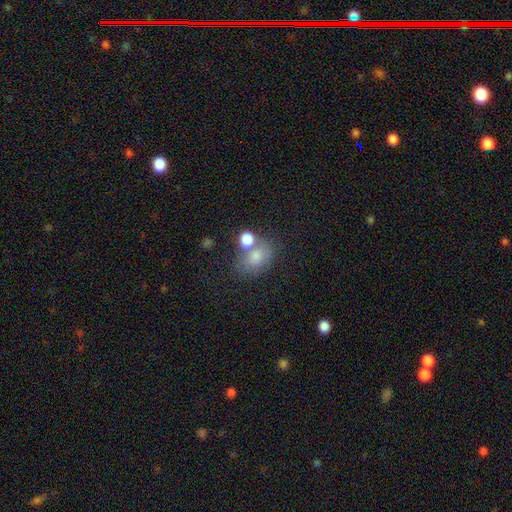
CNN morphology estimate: Q: Smooth or featured?
A: smooth (71%); runner-up: star or artifact (15%)
Q: How rounded?
A: in between (65%); runner-up: round (34%)
Q: Merging?
A: none (52%); runner-up: merger (25%)